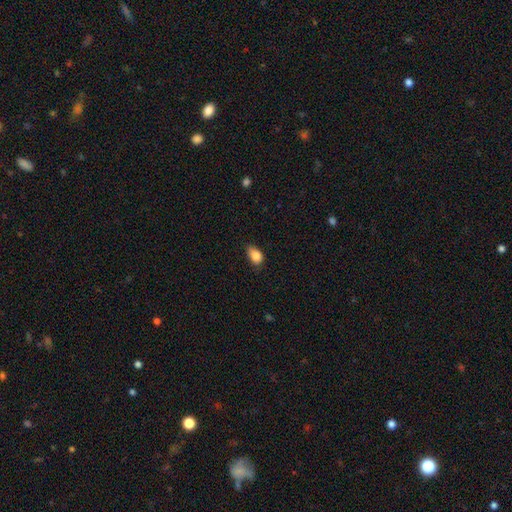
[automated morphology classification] A smooth galaxy with no disk features (87%) that is in between round and cigar-shaped (84%).

Vote fractions:
- Smooth or featured? smooth: 87% / star or artifact: 8% / featured or disk: 5%
- How rounded? in between: 84% / round: 14% / cigar-shaped: 2%
- Merging? none: 65% / minor disturbance: 29% / major disturbance: 4% / merger: 1%